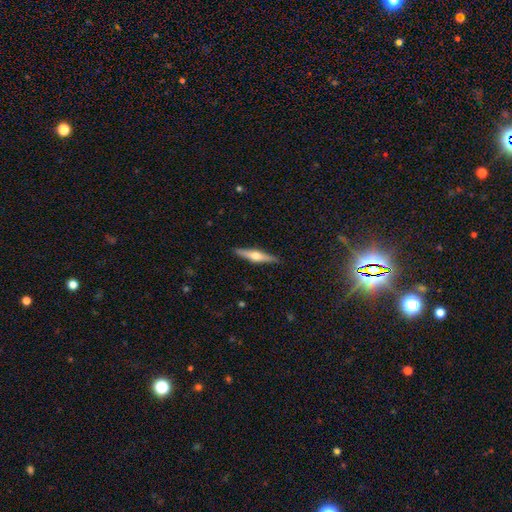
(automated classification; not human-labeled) Smooth or featured? Predicted: featured or disk (p=0.60). Edge-on disk? Predicted: yes (p=0.96). Edge-on bulge? Predicted: rounded (p=0.92). Merging? Predicted: none (p=0.90).